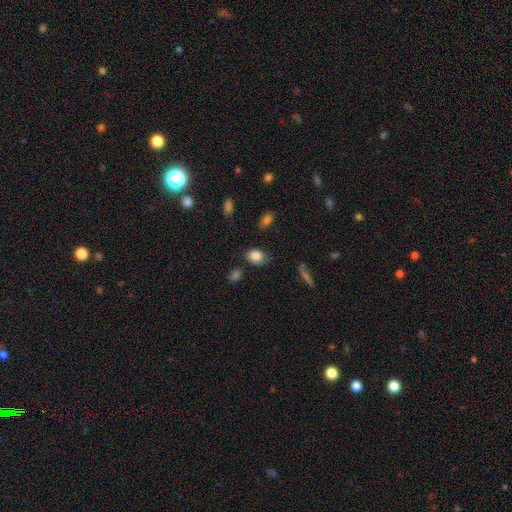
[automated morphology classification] This is clearly a smooth galaxy (83%). How rounded: likely in between (72%). Merging: likely none (76%).